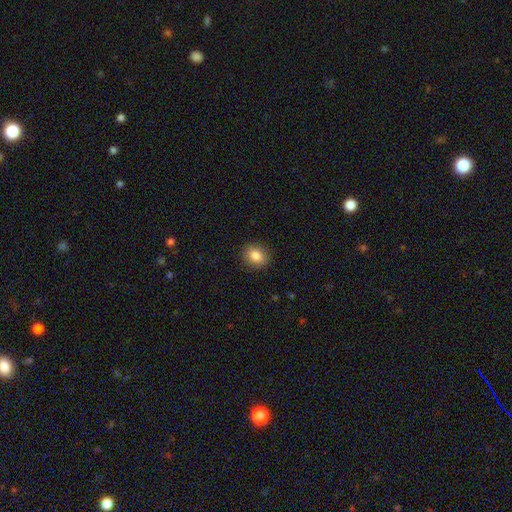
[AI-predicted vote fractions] smooth 85%, star or artifact 9%, featured or disk 6%. Down the decision tree: how rounded — round (65%); merging — none (89%).